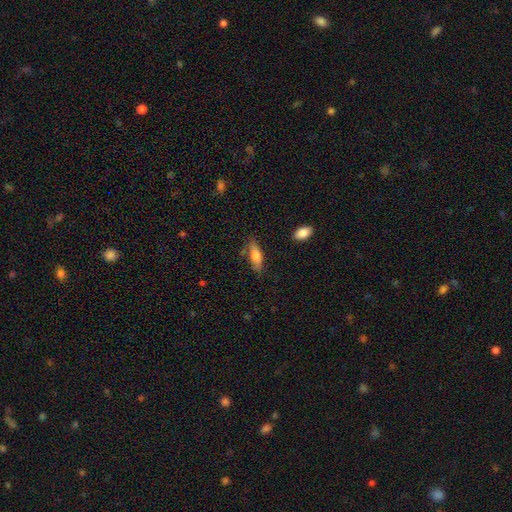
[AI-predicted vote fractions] Morphology: type=smooth (72%); roundness=in between (59%); merging=none (73%).